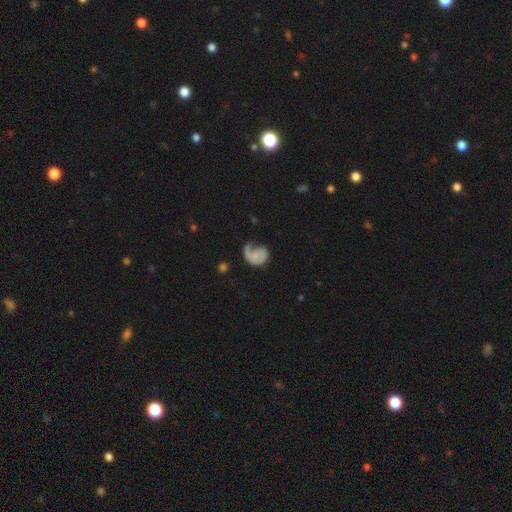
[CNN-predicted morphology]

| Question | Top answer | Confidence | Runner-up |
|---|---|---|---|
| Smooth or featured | featured or disk | 63% | smooth (30%) |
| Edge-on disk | no | 98% | yes (2%) |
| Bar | no | 73% | weak (23%) |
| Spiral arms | yes | 86% | no (14%) |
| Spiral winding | loose | 43% | medium (35%) |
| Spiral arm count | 1 | 73% | 2 (19%) |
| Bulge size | small | 45% | none (41%) |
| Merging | none | 37% | major disturbance (35%) |